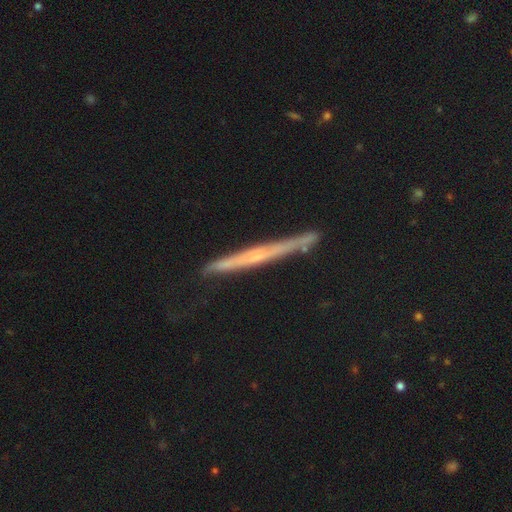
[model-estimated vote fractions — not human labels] Morphology: type=featured or disk (64%); edge-on=yes (95%); edge-on bulge=none (66%); merging=none (82%).